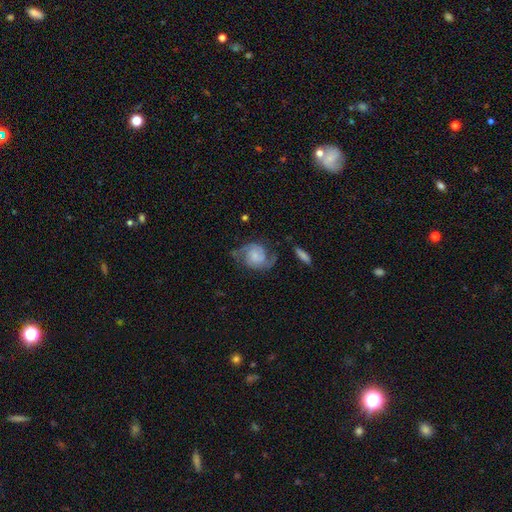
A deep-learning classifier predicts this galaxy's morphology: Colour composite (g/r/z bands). It shows a featured or disk galaxy (81%) with no bar (64%), 2 (87%) medium (47%) spiral arms (96%) and a small central bulge (46%). Merging: none (64%).